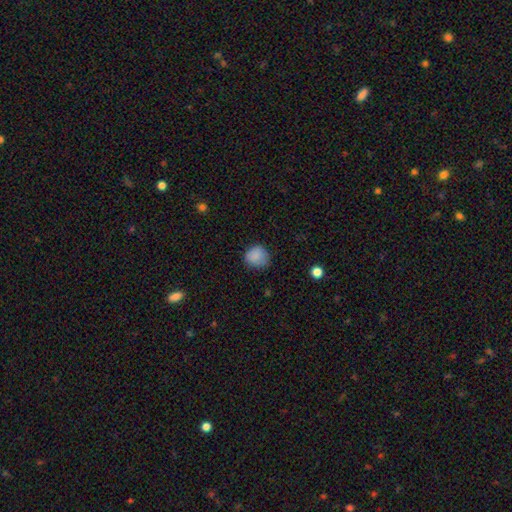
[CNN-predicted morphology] A smooth galaxy with no disk features (85%) that is round (80%). Merging: none (70%).